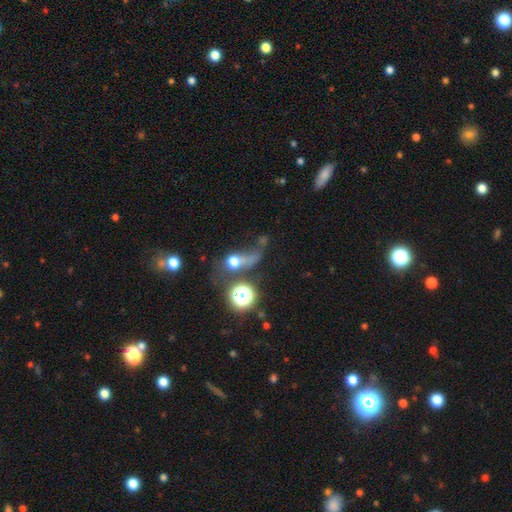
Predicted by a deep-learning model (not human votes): Q: Smooth or featured?
A: smooth (41%); runner-up: star or artifact (31%)
Q: Merging?
A: major disturbance (37%); runner-up: none (29%)